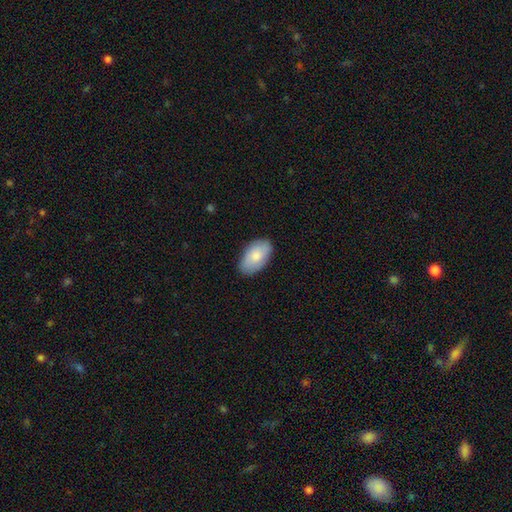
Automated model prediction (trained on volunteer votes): Overall: smooth (78%). How rounded: in between (95%). Merging: none (84%).